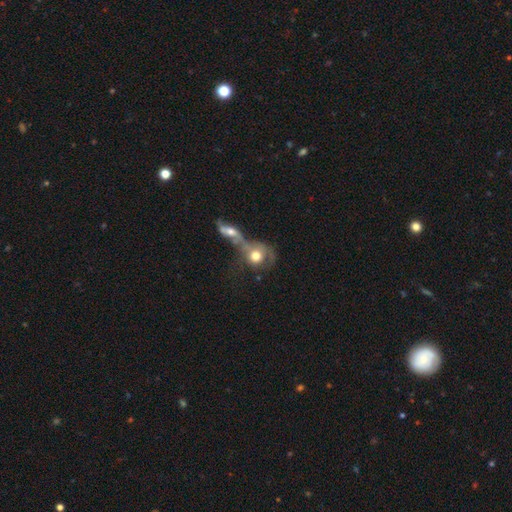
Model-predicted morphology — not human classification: type=smooth (57%); roundness=round (69%); merging=merger (69%).